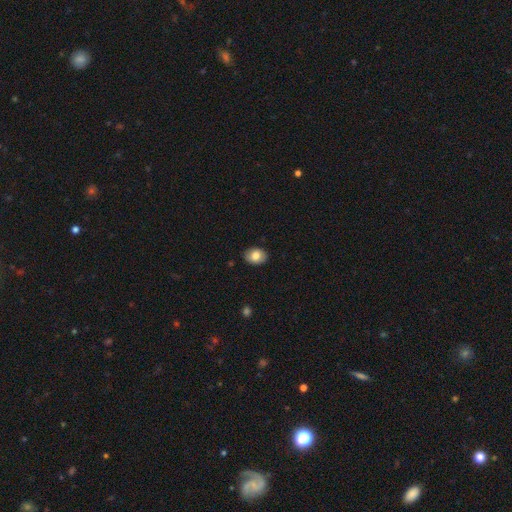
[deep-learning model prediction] Q: Smooth or featured?
A: smooth (81%); runner-up: featured or disk (12%)
Q: How rounded?
A: in between (68%); runner-up: round (31%)
Q: Merging?
A: none (88%); runner-up: minor disturbance (9%)